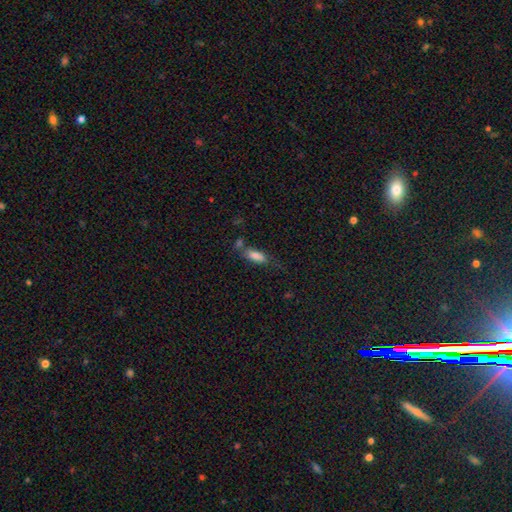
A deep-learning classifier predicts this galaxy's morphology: This is likely a smooth galaxy (76%). How rounded: likely in between (71%). Merging: marginally none (45%).